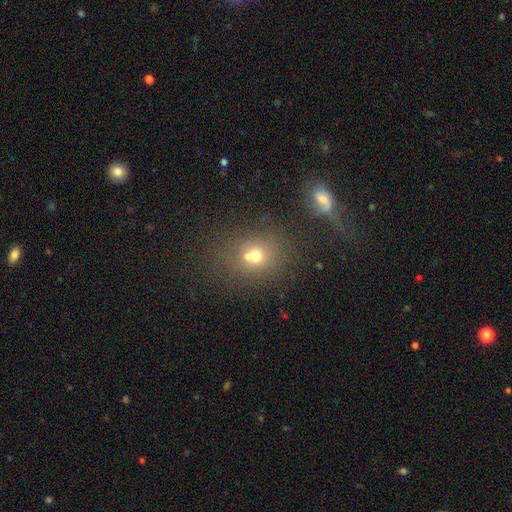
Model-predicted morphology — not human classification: type=smooth (64%); roundness=round (71%); merging=none (47%).